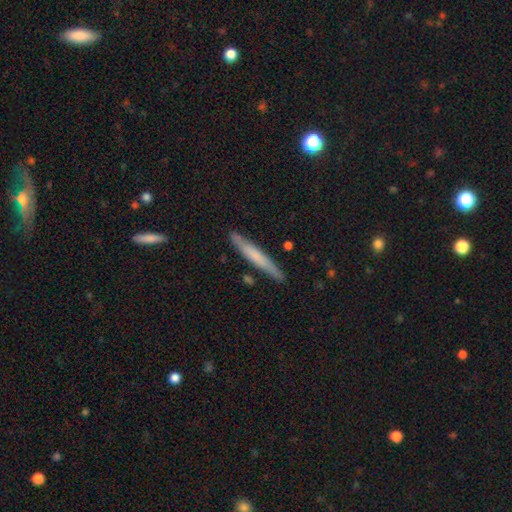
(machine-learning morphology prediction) smooth-or-featured: smooth: 57% | featured or disk: 37% | star or artifact: 6%
  how-rounded: cigar-shaped: 96% | in between: 3% | round: 1%
  merging: none: 86% | minor disturbance: 10% | merger: 2% | major disturbance: 2%